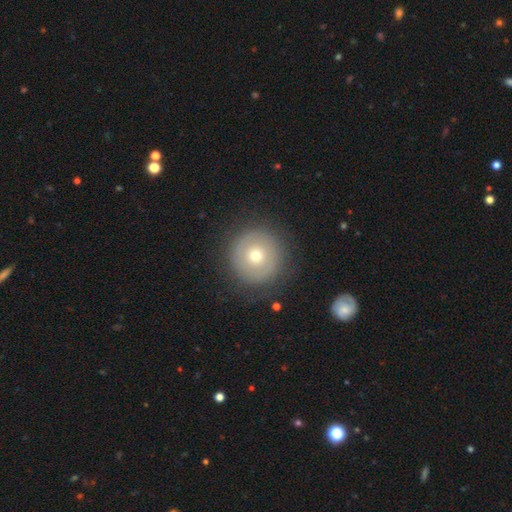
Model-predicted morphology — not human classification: Smooth or featured?
  - smooth: 56% *
  - featured or disk: 35%
  - star or artifact: 10%
How rounded?
  - round: 94% *
  - in between: 5%
  - cigar-shaped: 1%
Merging?
  - none: 85% *
  - minor disturbance: 9%
  - major disturbance: 4%
  - merger: 1%